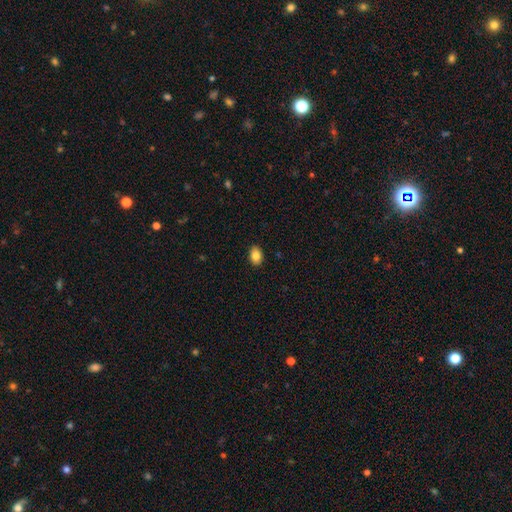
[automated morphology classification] A smooth galaxy with no disk features (85%) that is in between round and cigar-shaped (82%). Merging: none (89%).